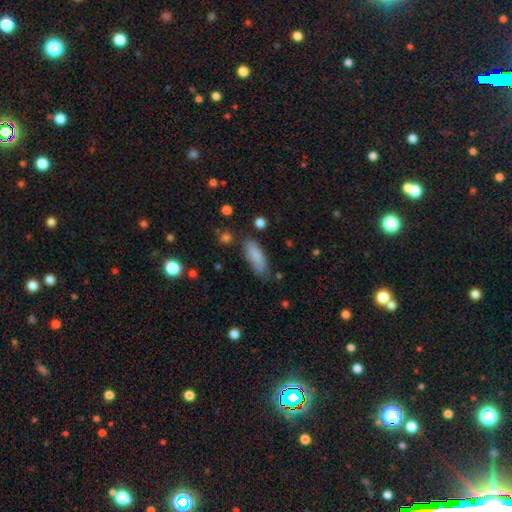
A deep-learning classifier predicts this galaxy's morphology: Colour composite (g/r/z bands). It shows a smooth galaxy with no disk features (82%) that is in between round and cigar-shaped (68%). Merging: none (71%).